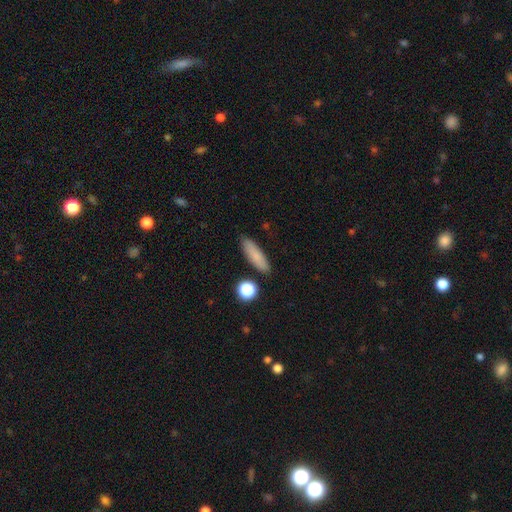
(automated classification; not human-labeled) smooth_or_featured: smooth (p=0.81) [alt: featured or disk p=0.11]
how_rounded: cigar-shaped (p=0.59) [alt: in between p=0.37]
merging: none (p=0.85) [alt: minor disturbance p=0.10]